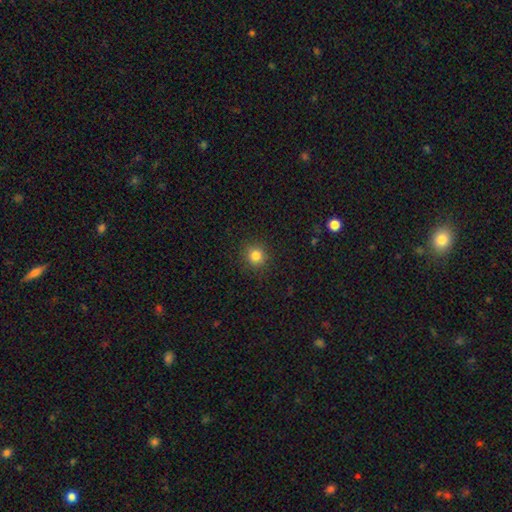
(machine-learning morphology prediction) A smooth galaxy with no disk features (82%) that is round (92%). Merging: none (91%).